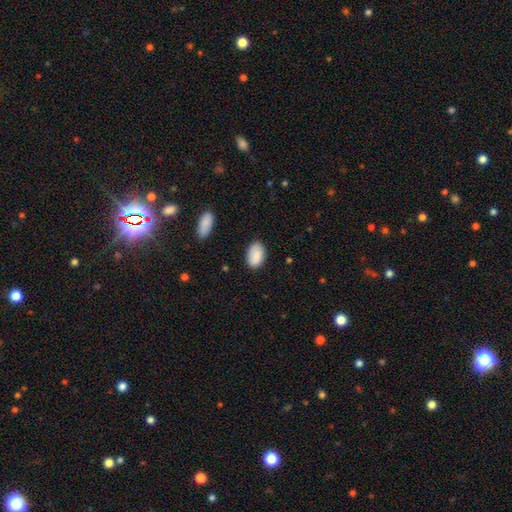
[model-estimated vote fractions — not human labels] Smooth or featured: smooth — 88% (star or artifact — 6%)
How rounded: in between — 93% (round — 6%)
Merging: none — 83% (minor disturbance — 13%)